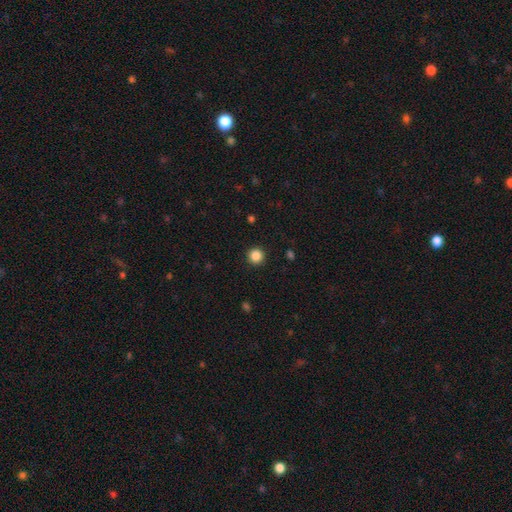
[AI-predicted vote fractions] A smooth galaxy with no disk features (86%) that is round (95%).

Vote fractions:
- Smooth or featured? smooth: 86% / star or artifact: 11% / featured or disk: 3%
- How rounded? round: 95% / in between: 4% / cigar-shaped: 1%
- Merging? none: 92% / minor disturbance: 5% / major disturbance: 2% / merger: 1%